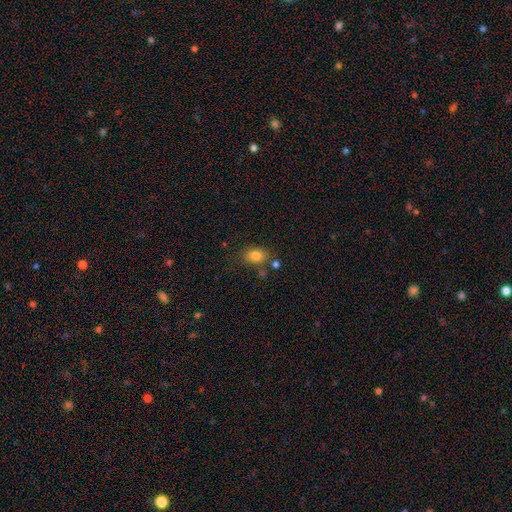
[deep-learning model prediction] A smooth galaxy with no disk features (81%) that is in between round and cigar-shaped (76%).

Vote fractions:
- Smooth or featured? smooth: 81% / star or artifact: 11% / featured or disk: 9%
- How rounded? in between: 76% / round: 23% / cigar-shaped: 1%
- Merging? none: 72% / minor disturbance: 15% / merger: 9% / major disturbance: 4%